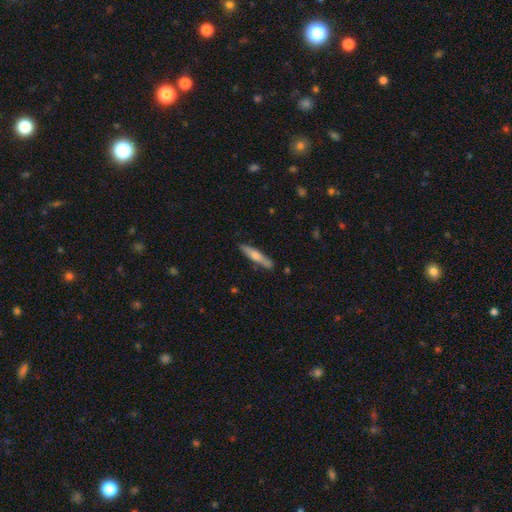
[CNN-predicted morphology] type=smooth (61%); roundness=cigar-shaped (88%); merging=none (83%).